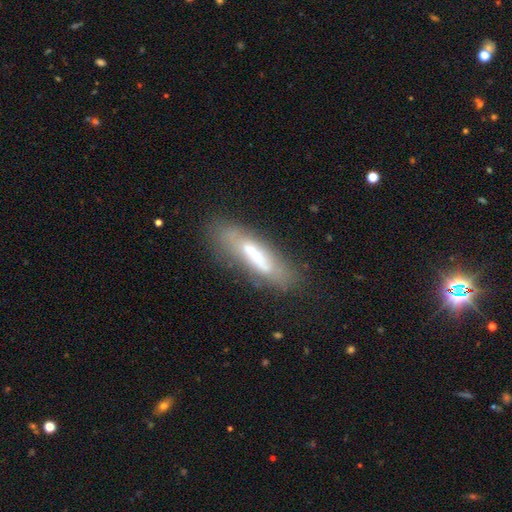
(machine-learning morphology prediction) Smooth or featured? featured or disk (49%)
Merging? none (64%)